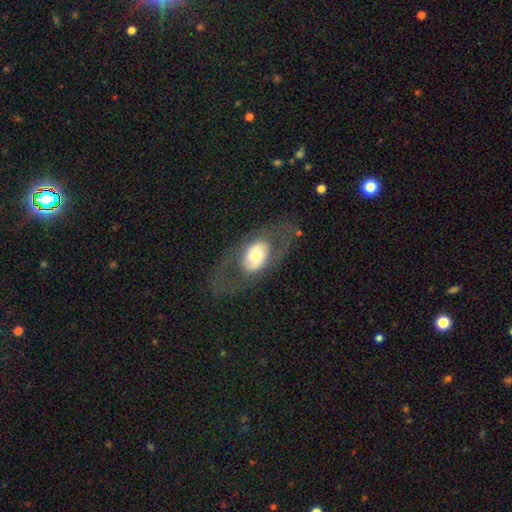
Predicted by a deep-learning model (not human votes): A featured or disk galaxy (52%).

Vote fractions:
- Smooth or featured? featured or disk: 52% / smooth: 41% / star or artifact: 7%
- Edge-on disk? no: 87% / yes: 13%
- Merging? none: 71% / major disturbance: 15% / minor disturbance: 13% / merger: 1%